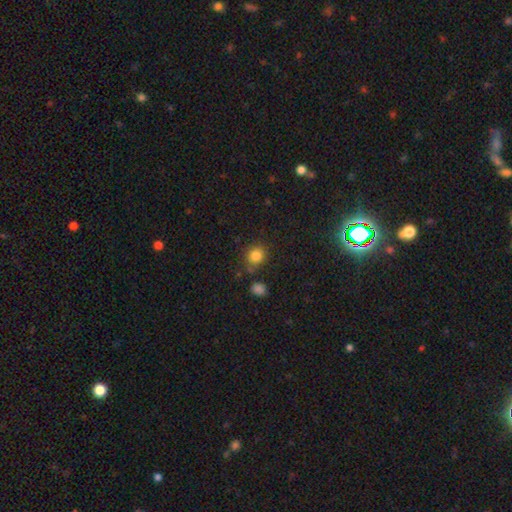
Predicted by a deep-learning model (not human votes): smooth 82%, star or artifact 12%, featured or disk 6%. Down the decision tree: how rounded — round (78%); merging — none (75%).